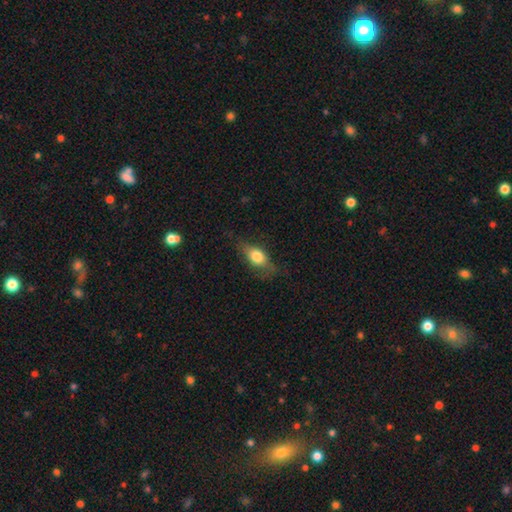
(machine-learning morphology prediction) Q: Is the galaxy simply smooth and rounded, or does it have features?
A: smooth — 70%.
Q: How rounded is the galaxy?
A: in between — 75%.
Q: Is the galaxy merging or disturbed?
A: none — 63%.